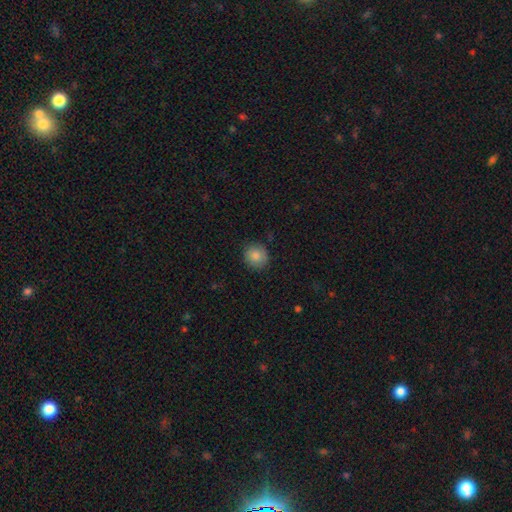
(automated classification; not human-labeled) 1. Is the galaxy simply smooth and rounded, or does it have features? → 85% smooth, 9% star or artifact, 7% featured or disk.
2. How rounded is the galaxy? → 90% round, 9% in between, 1% cigar-shaped.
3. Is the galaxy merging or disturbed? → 88% none, 9% minor disturbance, 2% major disturbance, 1% merger.